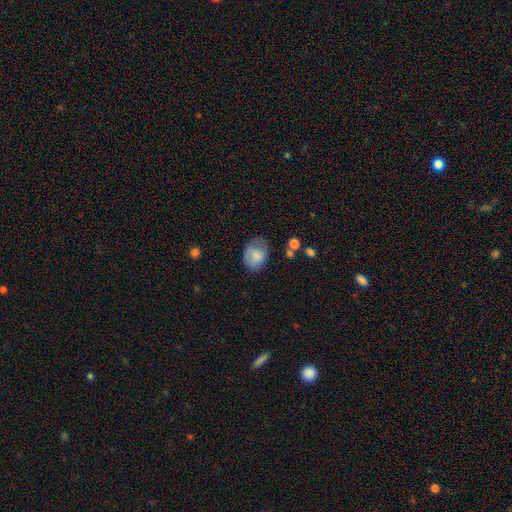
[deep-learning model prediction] This is likely a smooth galaxy (79%). How rounded: likely in between (64%). Merging: possibly none (57%).